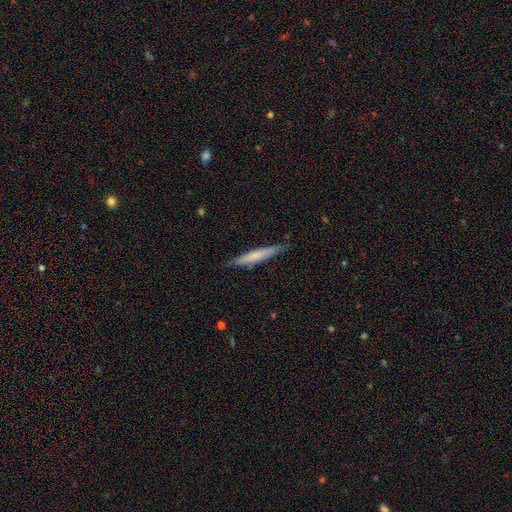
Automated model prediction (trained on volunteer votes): This appears to be a smooth galaxy with no disk features (61%) that is cigar-shaped (94%). Merging: none (84%).